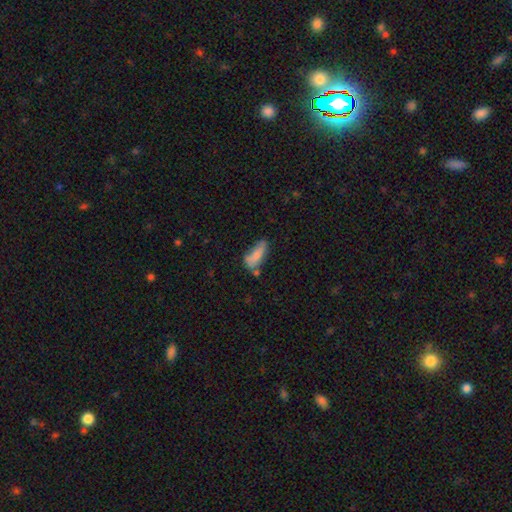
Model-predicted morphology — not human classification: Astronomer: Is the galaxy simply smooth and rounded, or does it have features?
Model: smooth — 76%.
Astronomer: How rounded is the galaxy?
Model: in between — 72%.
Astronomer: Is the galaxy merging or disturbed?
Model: none — 43% (runner-up: minor disturbance, 30%).